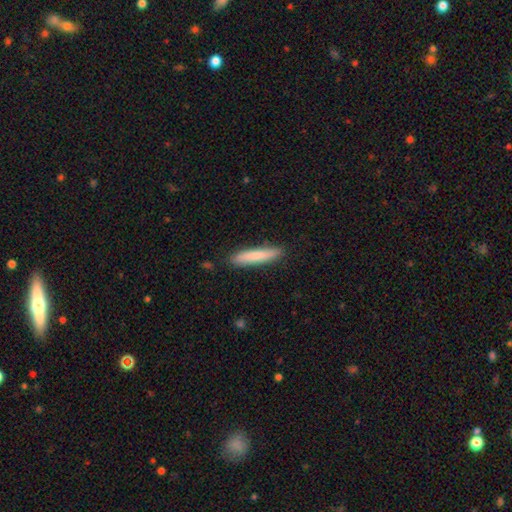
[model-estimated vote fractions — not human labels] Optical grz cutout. It shows a smooth galaxy with no disk features (81%) that is cigar-shaped (90%). Merging: none (88%).